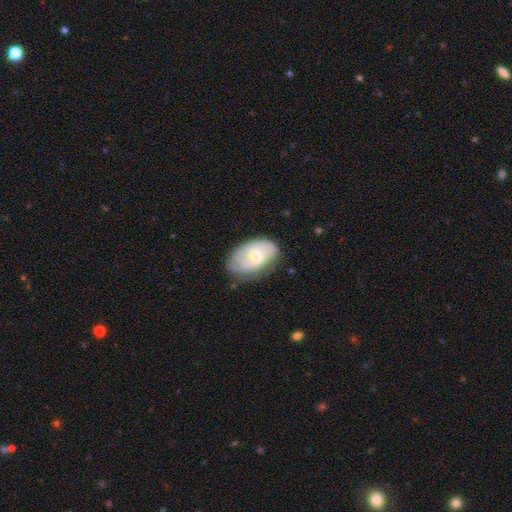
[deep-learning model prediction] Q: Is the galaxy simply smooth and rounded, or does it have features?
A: featured or disk — 58%.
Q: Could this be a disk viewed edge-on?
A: no — 95%.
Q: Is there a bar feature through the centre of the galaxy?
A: no — 66%.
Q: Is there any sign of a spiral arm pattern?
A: yes — 79%.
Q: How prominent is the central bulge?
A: moderate — 58%.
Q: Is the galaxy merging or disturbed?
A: none — 64%.